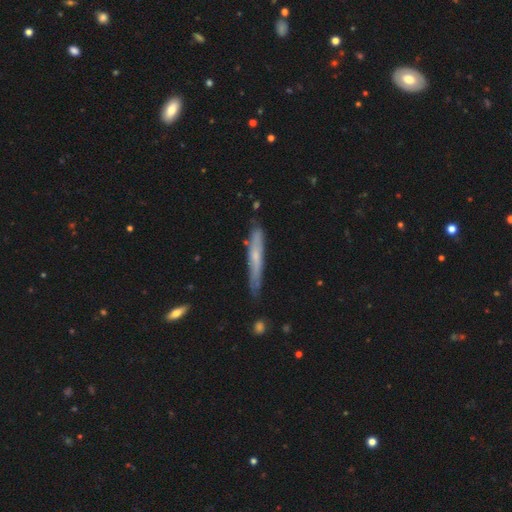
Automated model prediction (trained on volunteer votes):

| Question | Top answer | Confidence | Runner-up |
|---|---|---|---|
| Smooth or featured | featured or disk | 50% | smooth (44%) |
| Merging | none | 73% | minor disturbance (21%) |